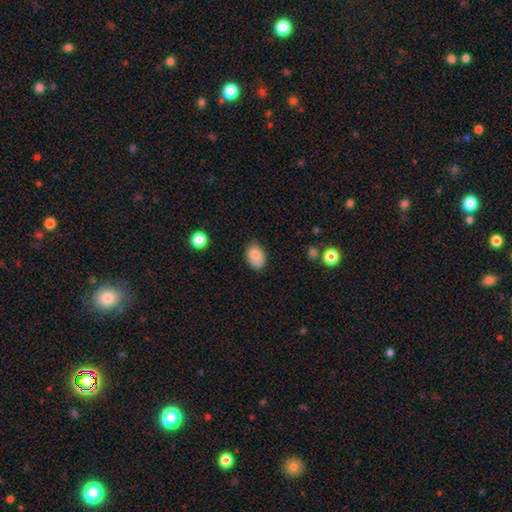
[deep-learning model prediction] Smooth or featured? smooth (84%)
How rounded? in between (85%)
Merging? none (74%)